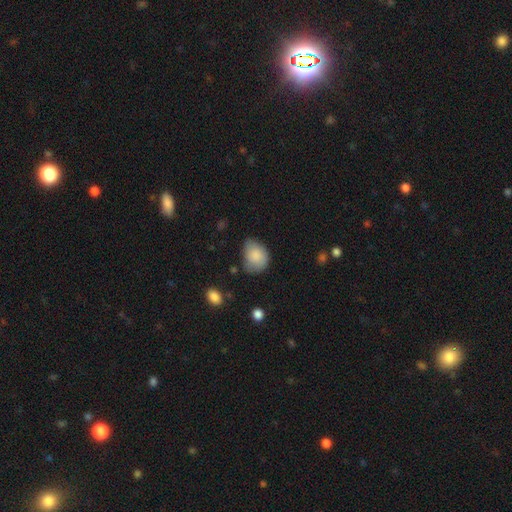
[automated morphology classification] Smooth or featured: smooth — 82% (featured or disk — 11%)
How rounded: in between — 56% (round — 43%)
Merging: none — 51% (minor disturbance — 36%)